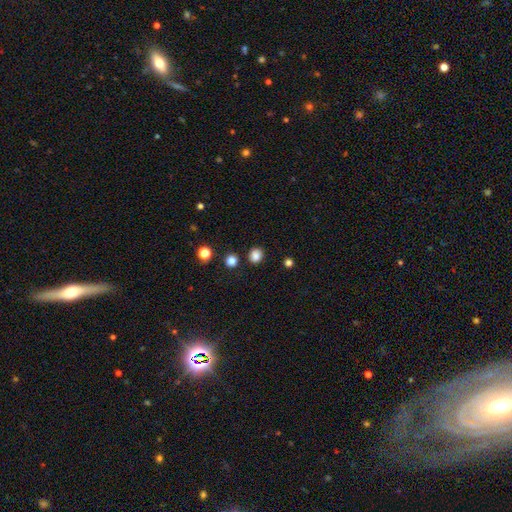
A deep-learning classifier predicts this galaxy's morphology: The model was most divided on "how rounded": round: 80%, in between: 19%, cigar-shaped: 1%. More confident: merging — none (87%); smooth or featured — smooth (84%).